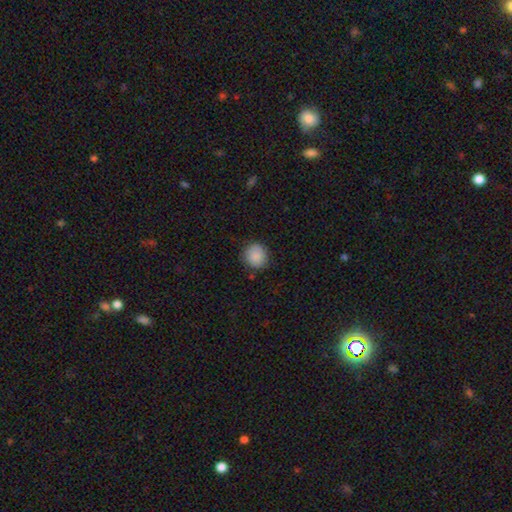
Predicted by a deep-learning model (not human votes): A smooth galaxy with no disk features (88%) that is round (88%). Merging: none (84%).